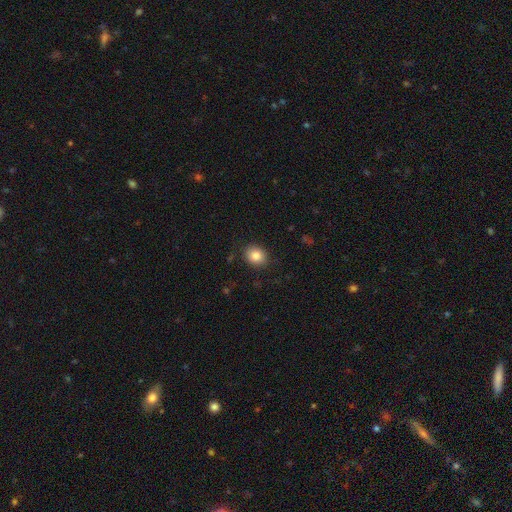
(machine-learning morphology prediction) Smooth or featured? smooth (84%)
How rounded? round (66%)
Merging? none (88%)